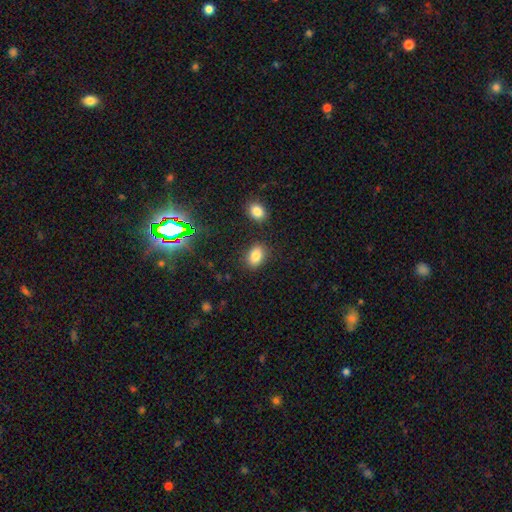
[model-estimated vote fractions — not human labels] The model was most divided on "how rounded": in between: 79%, round: 20%, cigar-shaped: 2%. More confident: merging — none (83%); smooth or featured — smooth (81%).